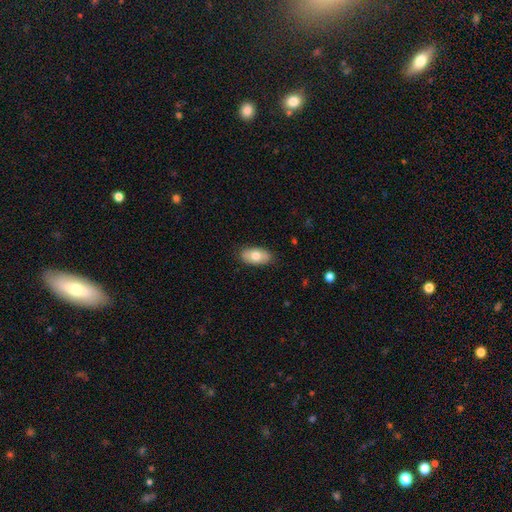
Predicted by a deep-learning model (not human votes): smooth-or-featured: smooth: 74% | featured or disk: 20% | star or artifact: 6%
  how-rounded: in between: 93% | round: 4% | cigar-shaped: 3%
  merging: none: 85% | minor disturbance: 12% | major disturbance: 2% | merger: 1%